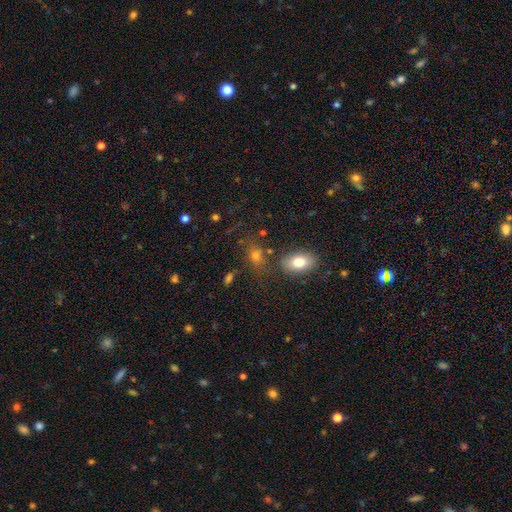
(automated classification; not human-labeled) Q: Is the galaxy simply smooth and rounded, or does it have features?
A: smooth — 71%.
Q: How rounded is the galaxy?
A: in between — 74%.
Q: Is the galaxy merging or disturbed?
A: none — 67%.